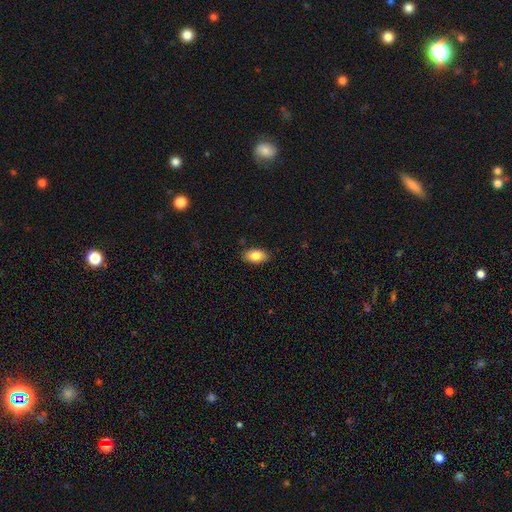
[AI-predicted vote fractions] Smooth or featured? smooth (84%)
How rounded? in between (92%)
Merging? none (88%)